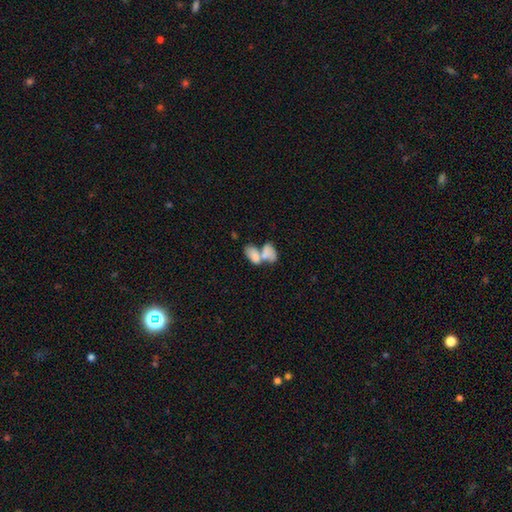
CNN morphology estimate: Smooth or featured?
  - smooth: 75% *
  - featured or disk: 17%
  - star or artifact: 8%
How rounded?
  - in between: 92% *
  - round: 6%
  - cigar-shaped: 3%
Merging?
  - merger: 69% *
  - none: 18%
  - minor disturbance: 8%
  - major disturbance: 6%